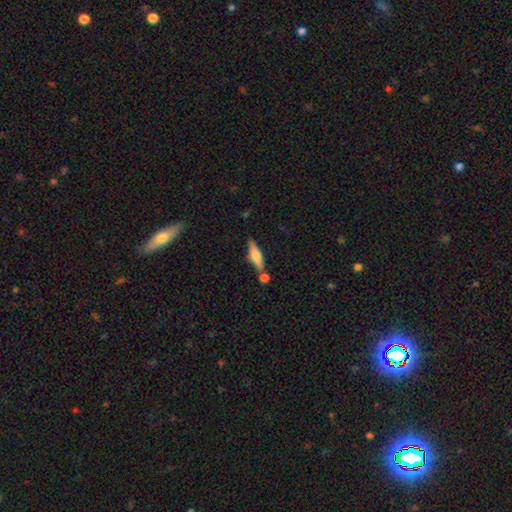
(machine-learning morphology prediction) A smooth galaxy with no disk features (48%).

Vote fractions:
- Smooth or featured? smooth: 48% / featured or disk: 45% / star or artifact: 7%
- Merging? none: 69% / merger: 15% / minor disturbance: 12% / major disturbance: 3%